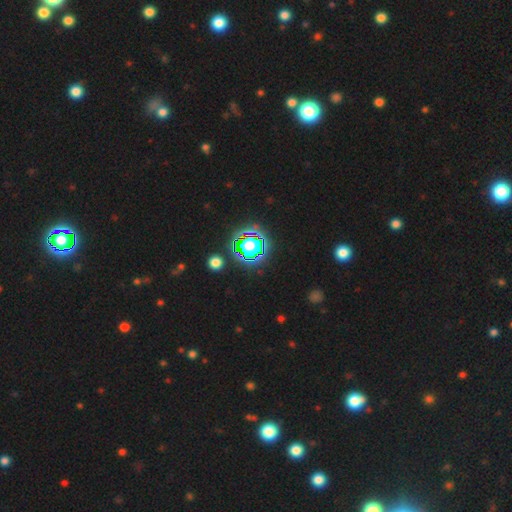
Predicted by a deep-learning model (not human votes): Smooth or featured? Predicted: star or artifact (p=0.78).